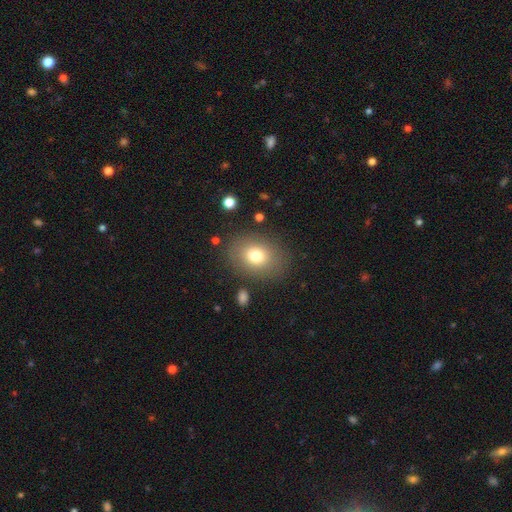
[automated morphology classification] smooth-or-featured: smooth: 76% | featured or disk: 13% | star or artifact: 11%
  how-rounded: in between: 58% | round: 41% | cigar-shaped: 1%
  merging: none: 82% | minor disturbance: 11% | major disturbance: 5% | merger: 3%